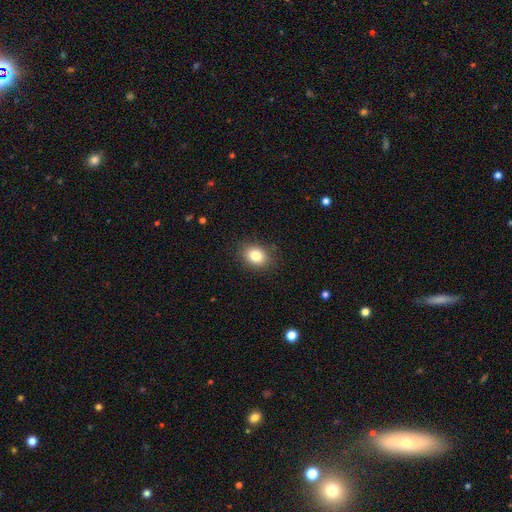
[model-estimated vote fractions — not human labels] A smooth galaxy with no disk features (83%) that is in between round and cigar-shaped (56%). Merging: none (87%).